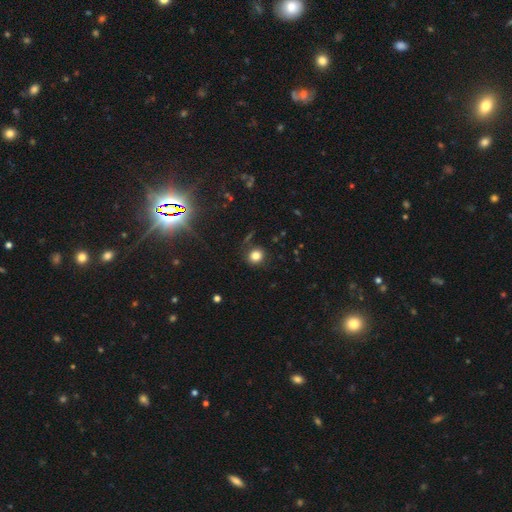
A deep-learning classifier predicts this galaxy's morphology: smooth_or_featured: smooth (p=0.80) [alt: star or artifact p=0.14]
how_rounded: round (p=0.81) [alt: in between p=0.18]
merging: none (p=0.83) [alt: minor disturbance p=0.10]